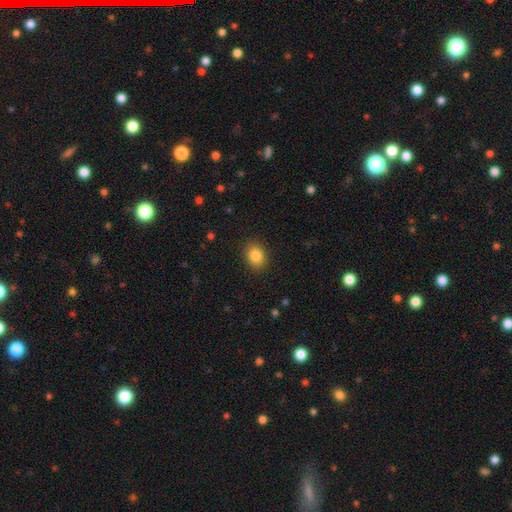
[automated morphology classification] smooth-or-featured: smooth: 84% | star or artifact: 9% | featured or disk: 6%
  how-rounded: in between: 50% | round: 49% | cigar-shaped: 1%
  merging: none: 89% | minor disturbance: 8% | major disturbance: 2% | merger: 1%